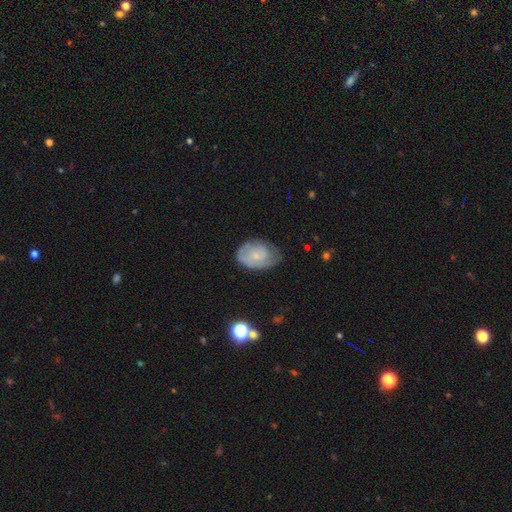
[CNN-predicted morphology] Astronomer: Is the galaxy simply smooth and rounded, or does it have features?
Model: featured or disk — 59% (runner-up: smooth, 34%).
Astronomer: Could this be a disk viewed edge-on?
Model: no — 96%.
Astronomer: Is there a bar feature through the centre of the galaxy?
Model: no — 75%.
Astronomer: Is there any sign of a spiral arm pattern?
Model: yes — 78%.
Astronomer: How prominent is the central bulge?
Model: small — 64%.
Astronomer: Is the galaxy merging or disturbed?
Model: none — 56% (runner-up: minor disturbance, 31%).